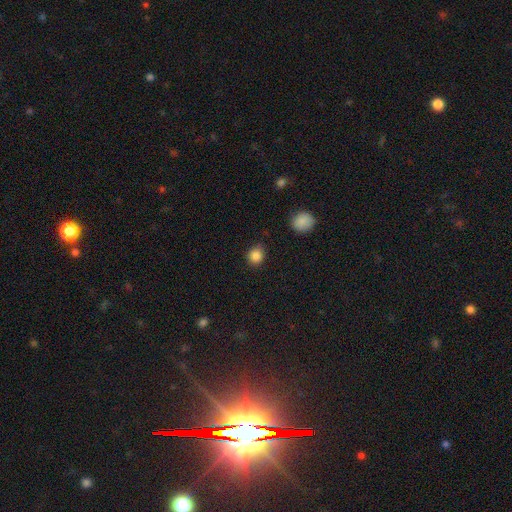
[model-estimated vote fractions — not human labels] smooth-or-featured: smooth: 86% | star or artifact: 10% | featured or disk: 3%
  how-rounded: round: 81% | in between: 18% | cigar-shaped: 1%
  merging: none: 84% | minor disturbance: 12% | major disturbance: 3% | merger: 2%